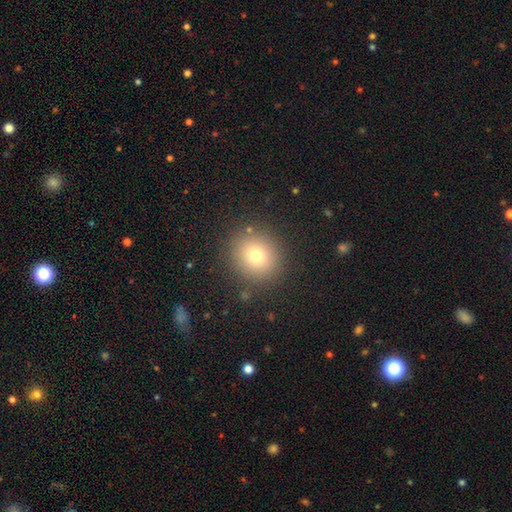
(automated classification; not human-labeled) smooth 74%, star or artifact 15%, featured or disk 11%. Down the decision tree: how rounded — round (89%); merging — none (88%).